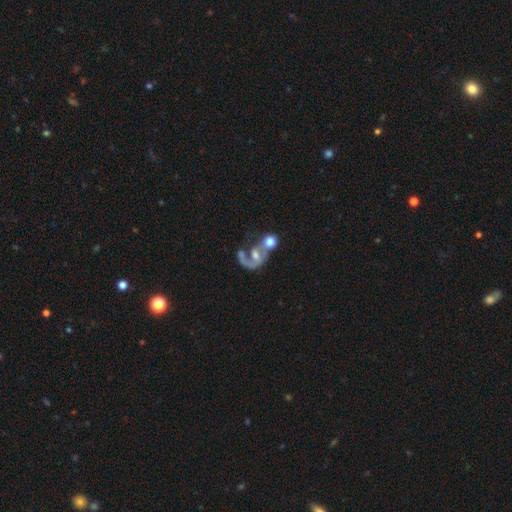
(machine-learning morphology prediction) Q: Smooth or featured?
A: featured or disk (61%); runner-up: smooth (30%)
Q: Edge-on disk?
A: no (97%); runner-up: yes (3%)
Q: Bar?
A: no (67%); runner-up: weak (25%)
Q: Spiral arms?
A: yes (65%); runner-up: no (35%)
Q: Bulge size?
A: moderate (49%); runner-up: small (22%)
Q: Merging?
A: merger (66%); runner-up: major disturbance (16%)